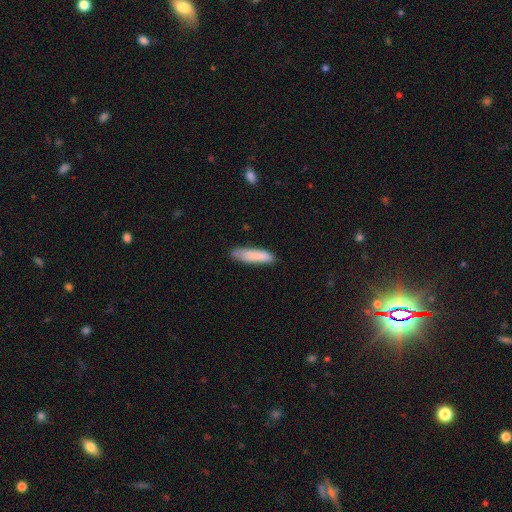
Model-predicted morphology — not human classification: smooth_or_featured: smooth (p=0.85) [alt: featured or disk p=0.09]
how_rounded: cigar-shaped (p=0.74) [alt: in between p=0.24]
merging: none (p=0.75) [alt: minor disturbance p=0.20]